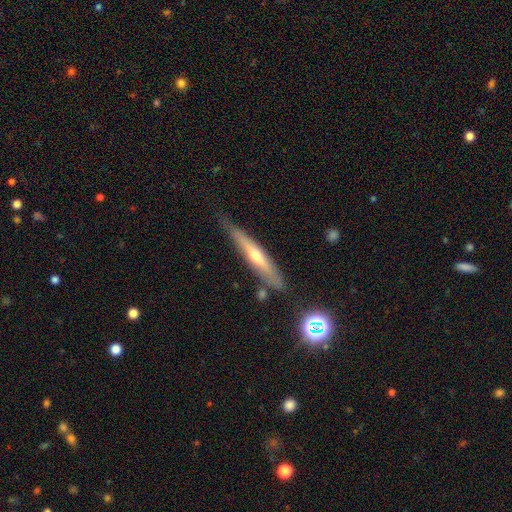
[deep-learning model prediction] Q: Smooth or featured?
A: featured or disk (59%); runner-up: smooth (33%)
Q: Edge-on disk?
A: yes (91%); runner-up: no (9%)
Q: Edge-on bulge?
A: rounded (74%); runner-up: none (21%)
Q: Merging?
A: none (74%); runner-up: minor disturbance (19%)